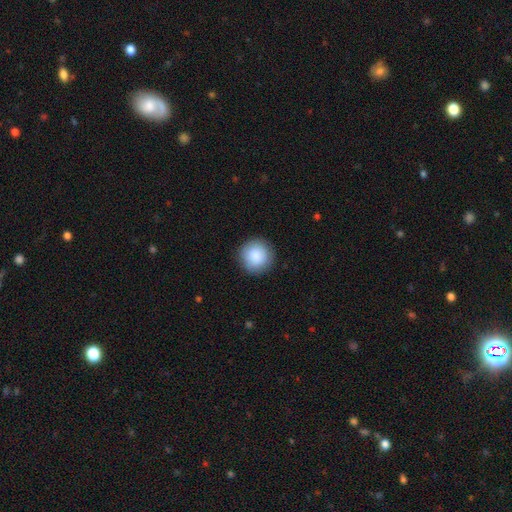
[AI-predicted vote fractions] Overall: smooth (88%). How rounded: round (95%). Merging: none (90%).